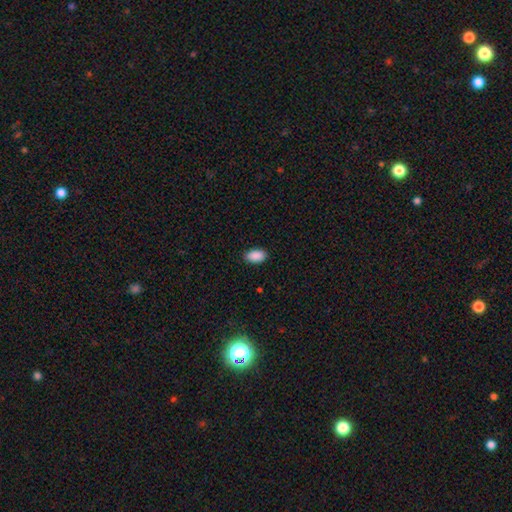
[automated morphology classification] smooth_or_featured: smooth (p=0.90) [alt: star or artifact p=0.07]
how_rounded: in between (p=0.94) [alt: round p=0.05]
merging: none (p=0.88) [alt: minor disturbance p=0.09]